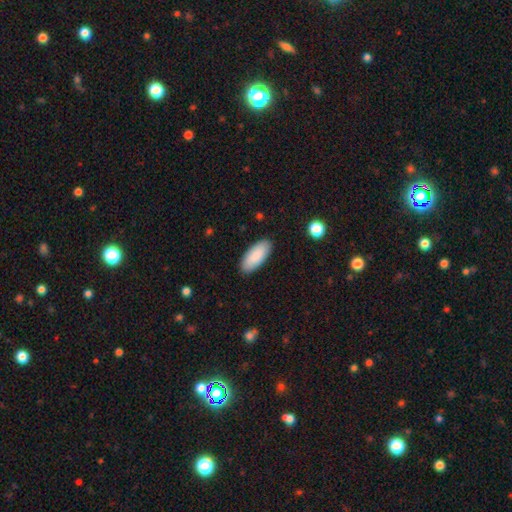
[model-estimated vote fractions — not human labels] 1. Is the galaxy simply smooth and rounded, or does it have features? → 89% smooth, 5% star or artifact, 5% featured or disk.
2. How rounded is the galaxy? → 85% in between, 14% cigar-shaped, 1% round.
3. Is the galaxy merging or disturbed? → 89% none, 8% minor disturbance, 2% major disturbance, 1% merger.